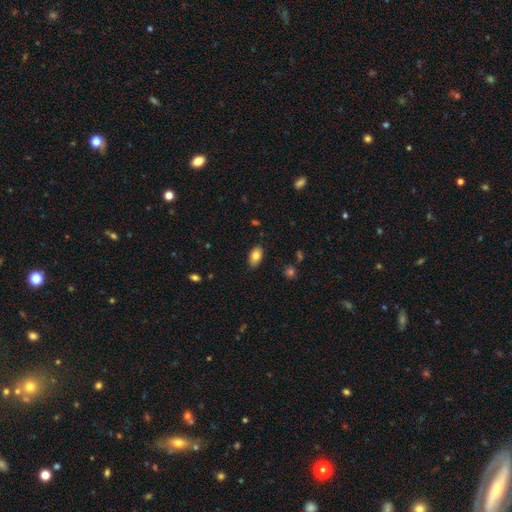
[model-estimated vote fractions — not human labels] A smooth galaxy with no disk features (79%) that is in between round and cigar-shaped (93%).

Vote fractions:
- Smooth or featured? smooth: 79% / featured or disk: 13% / star or artifact: 8%
- How rounded? in between: 93% / round: 5% / cigar-shaped: 2%
- Merging? none: 85% / minor disturbance: 12% / major disturbance: 2% / merger: 1%